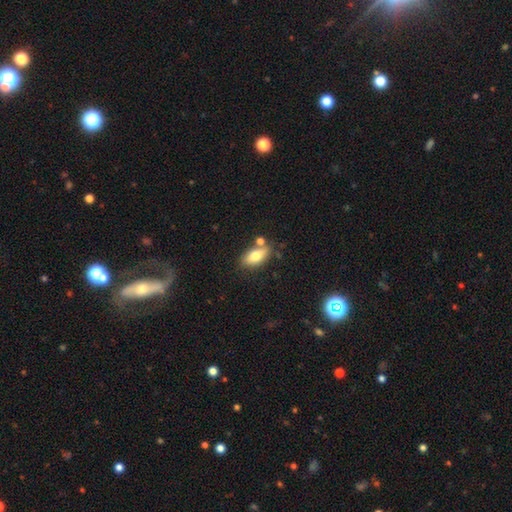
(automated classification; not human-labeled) This is likely a smooth galaxy (74%). How rounded: clearly in between (86%). Merging: likely none (67%).